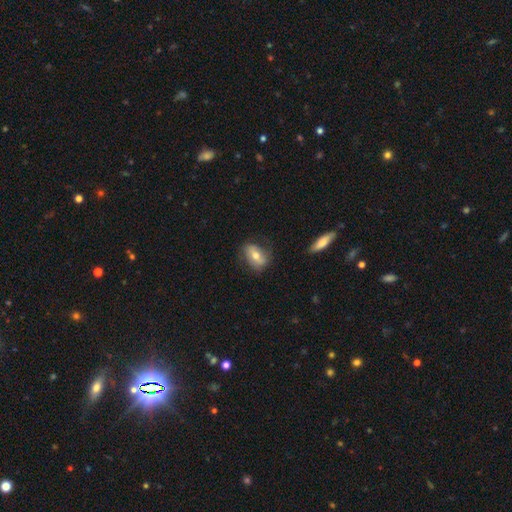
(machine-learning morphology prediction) Smooth or featured?
  - smooth: 57% *
  - featured or disk: 36%
  - star or artifact: 7%
How rounded?
  - in between: 82% *
  - round: 14%
  - cigar-shaped: 4%
Merging?
  - none: 70% *
  - minor disturbance: 22%
  - major disturbance: 7%
  - merger: 2%